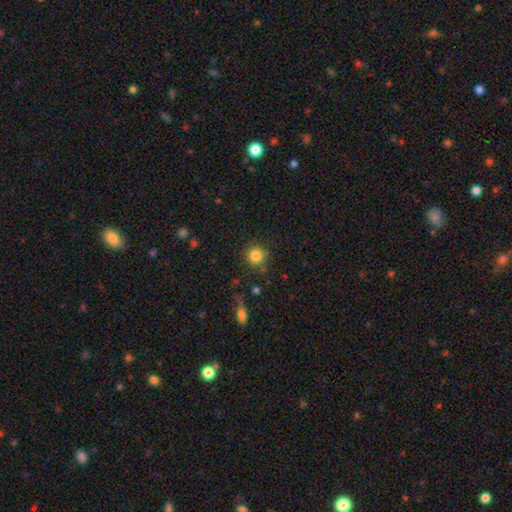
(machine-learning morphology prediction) Smooth or featured: smooth — 84% (star or artifact — 11%)
How rounded: round — 93% (in between — 6%)
Merging: none — 84% (minor disturbance — 9%)